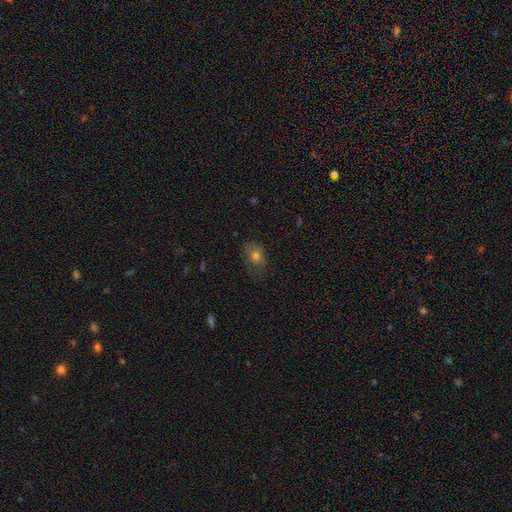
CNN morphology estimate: This appears to be a smooth galaxy with no disk features (66%) that is in between round and cigar-shaped (67%). Merging: none (66%).